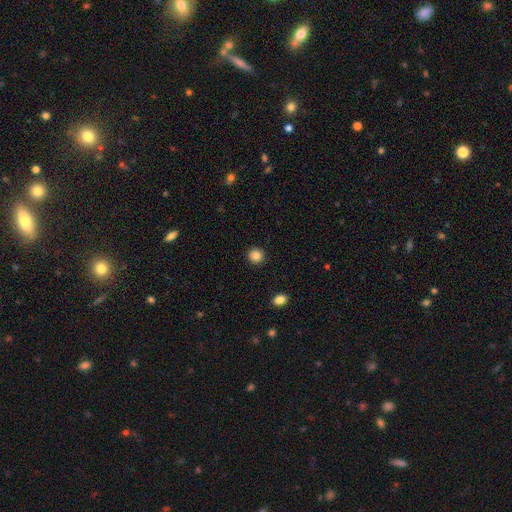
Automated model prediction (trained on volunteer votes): This is clearly a smooth galaxy (85%). How rounded: clearly round (90%). Merging: clearly none (92%).